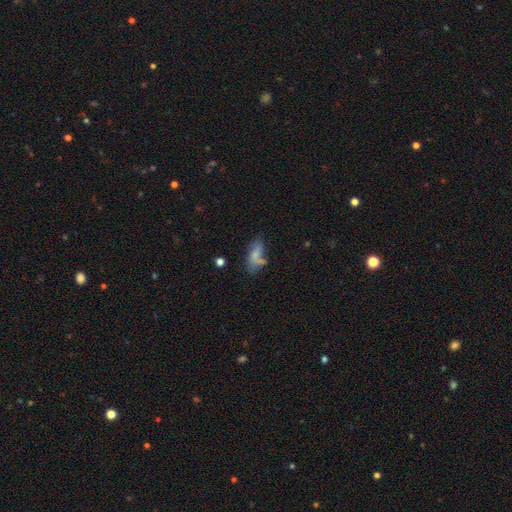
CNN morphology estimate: Overall: smooth (69%). How rounded: in between (79%). Merging: none (41%; minor disturbance 25%).